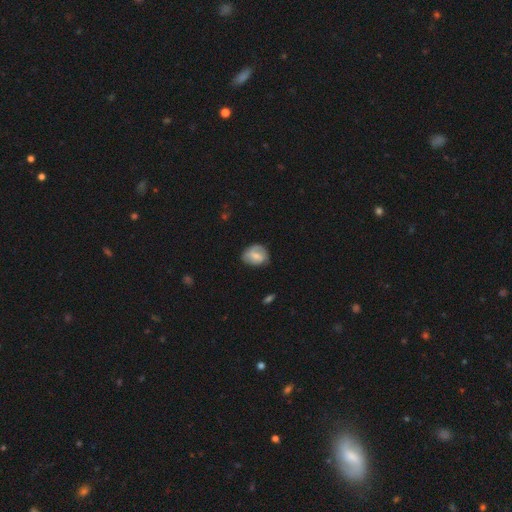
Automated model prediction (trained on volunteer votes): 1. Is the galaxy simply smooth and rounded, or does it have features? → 55% smooth, 38% featured or disk, 7% star or artifact.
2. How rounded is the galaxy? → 50% round, 49% in between, 1% cigar-shaped.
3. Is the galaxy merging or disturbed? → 61% none, 29% minor disturbance, 8% major disturbance, 2% merger.